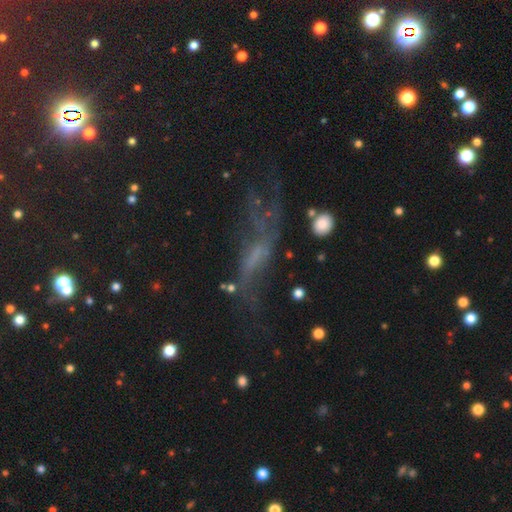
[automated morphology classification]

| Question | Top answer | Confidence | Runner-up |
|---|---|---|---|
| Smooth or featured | featured or disk | 49% | smooth (28%) |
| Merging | none | 37% | tied: major disturbance (37%) |